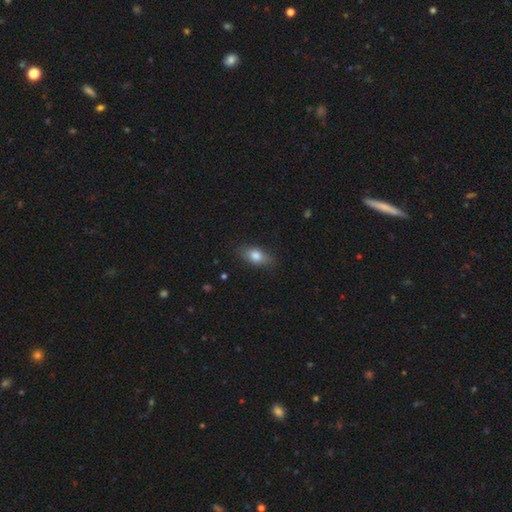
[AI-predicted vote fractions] This appears to be a smooth galaxy with no disk features (77%) that is in between round and cigar-shaped (81%). Merging: none (81%).